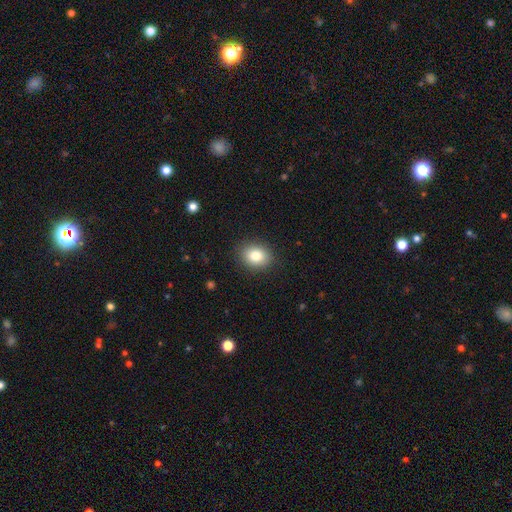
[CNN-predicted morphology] type=smooth (83%); roundness=round (50%); merging=none (88%).